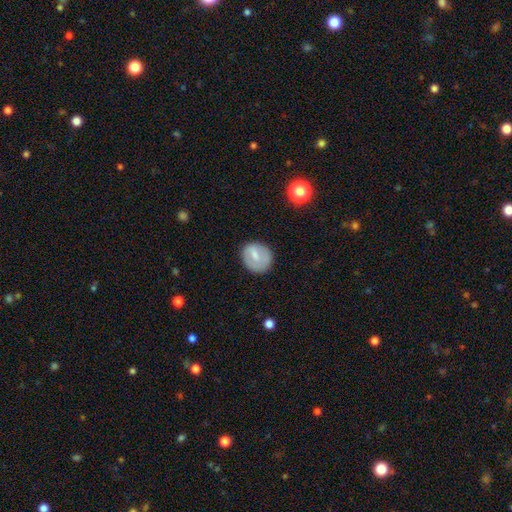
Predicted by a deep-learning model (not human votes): Morphology: type=smooth (64%); roundness=round (73%); merging=none (78%).